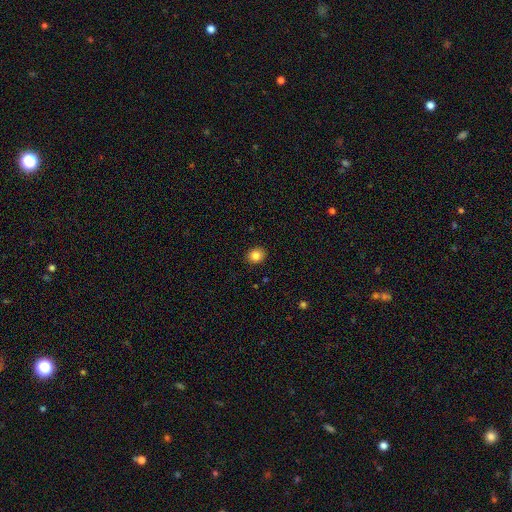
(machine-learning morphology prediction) This appears to be a smooth galaxy with no disk features (84%) that is round (66%). Merging: none (91%).